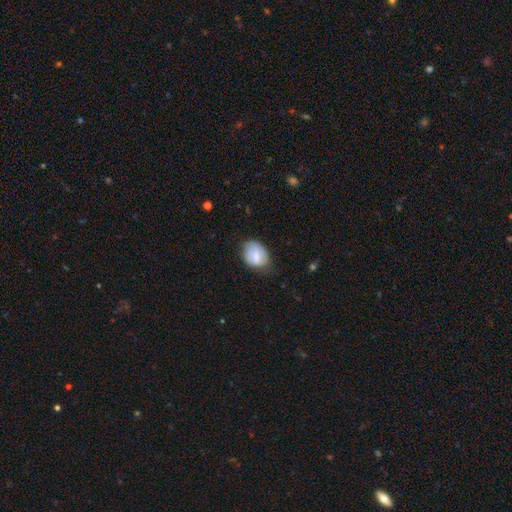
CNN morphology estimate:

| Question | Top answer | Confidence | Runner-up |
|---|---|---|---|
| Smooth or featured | smooth | 70% | featured or disk (23%) |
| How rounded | in between | 66% | round (32%) |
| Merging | none | 61% | minor disturbance (30%) |